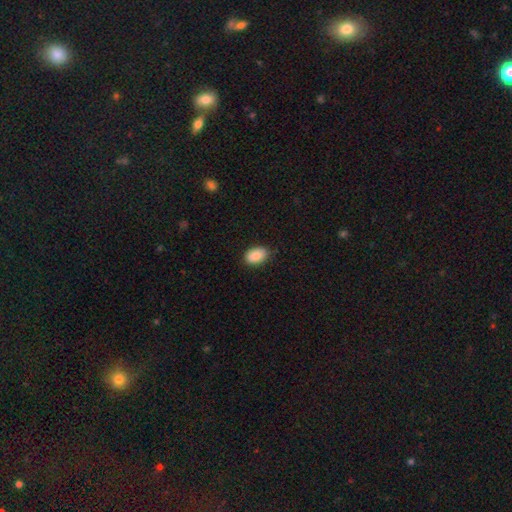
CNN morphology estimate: This is clearly a smooth galaxy (88%). How rounded: clearly in between (88%). Merging: clearly none (84%).